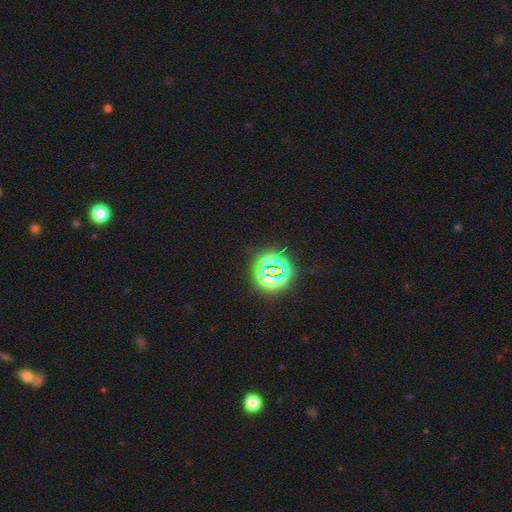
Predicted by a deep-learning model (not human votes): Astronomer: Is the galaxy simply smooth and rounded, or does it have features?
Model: star or artifact — 76%.